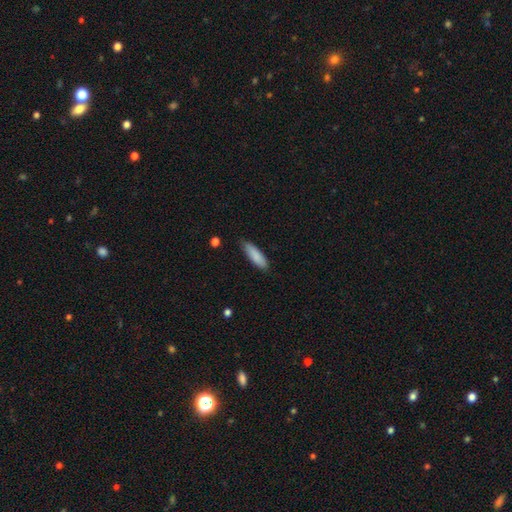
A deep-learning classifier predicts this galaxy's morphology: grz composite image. It shows a smooth galaxy with no disk features (86%) that is cigar-shaped (54%). Merging: none (79%).